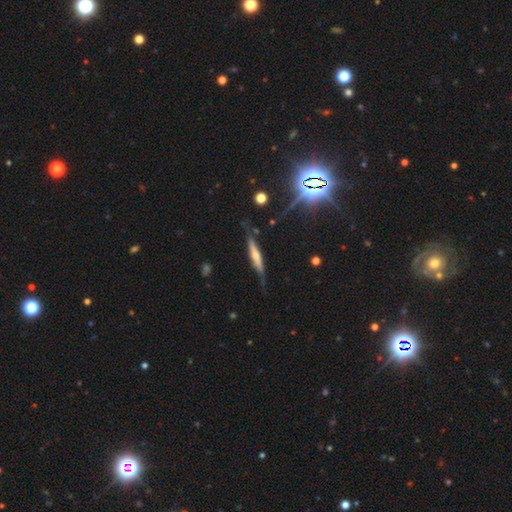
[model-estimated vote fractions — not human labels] featured or disk 58%, smooth 34%, star or artifact 7%. Down the decision tree: edge-on disk — yes (91%); edge-on bulge — rounded (61%); merging — none (70%).